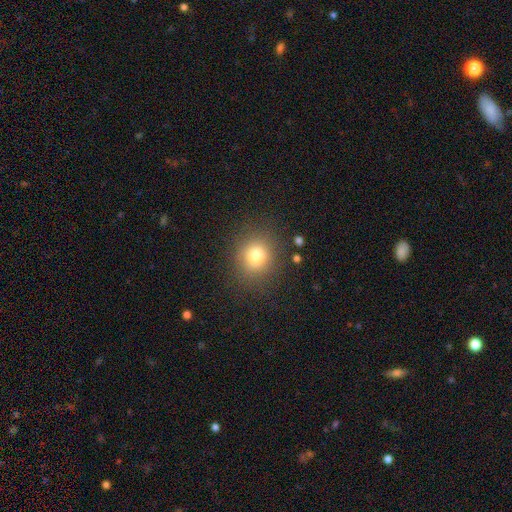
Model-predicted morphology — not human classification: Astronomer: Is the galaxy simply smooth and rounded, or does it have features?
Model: smooth — 78%.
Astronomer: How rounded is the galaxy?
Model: round — 79%.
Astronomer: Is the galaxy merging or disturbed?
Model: none — 84%.